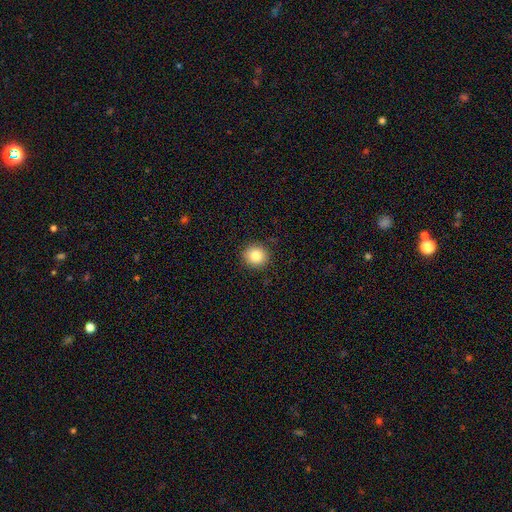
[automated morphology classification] smooth_or_featured: smooth (p=0.83) [alt: star or artifact p=0.10]
how_rounded: round (p=0.90) [alt: in between p=0.09]
merging: none (p=0.91) [alt: minor disturbance p=0.06]